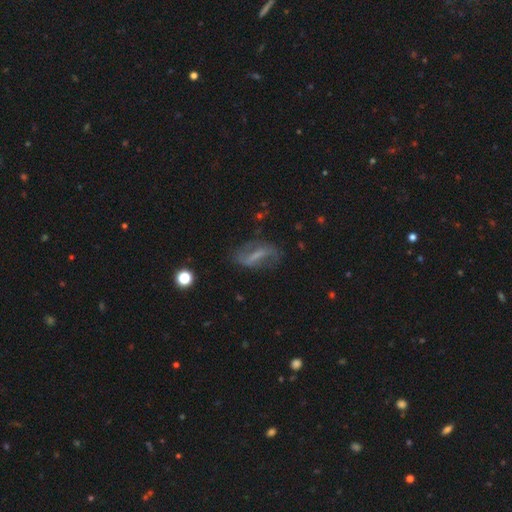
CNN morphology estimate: Overall: featured or disk (65%; smooth 25%). Edge-on disk: no (89%). Bar: strong (54%; weak 32%). Spiral arms: yes (76%). Bulge size: none (49%; small 31%). Merging: none (68%).